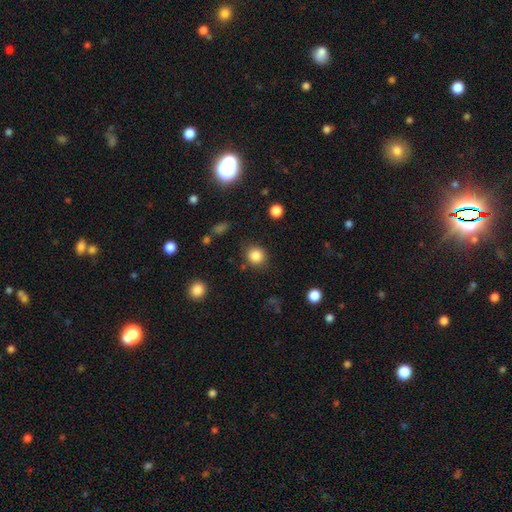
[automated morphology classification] The model was most divided on "smooth or featured": smooth: 85%, star or artifact: 10%, featured or disk: 4%. More confident: how rounded — round (88%); merging — none (86%).